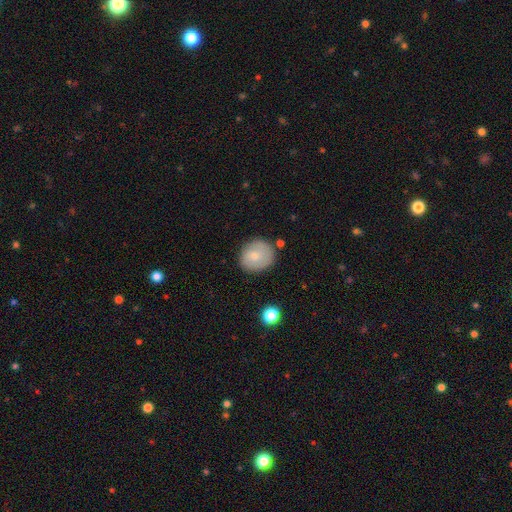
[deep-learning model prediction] This is likely a smooth galaxy (72%). How rounded: likely round (78%). Merging: likely none (77%).